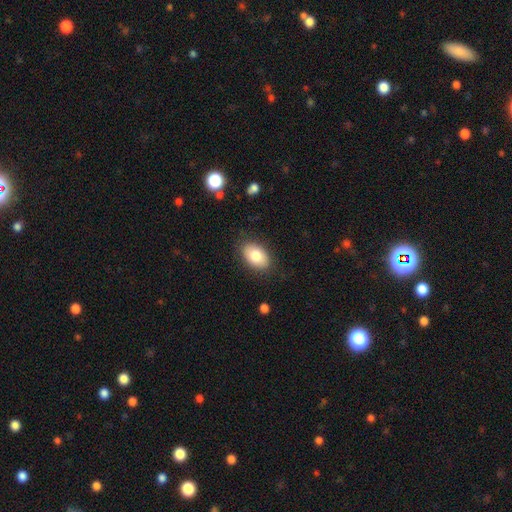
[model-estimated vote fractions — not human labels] Smooth or featured? Predicted: smooth (p=0.80). How rounded? Predicted: in between (p=0.90). Merging? Predicted: none (p=0.85).